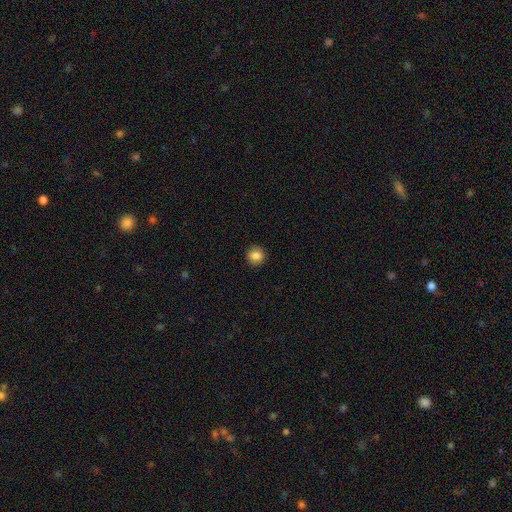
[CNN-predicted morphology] A smooth galaxy with no disk features (85%) that is round (95%). Merging: none (93%).